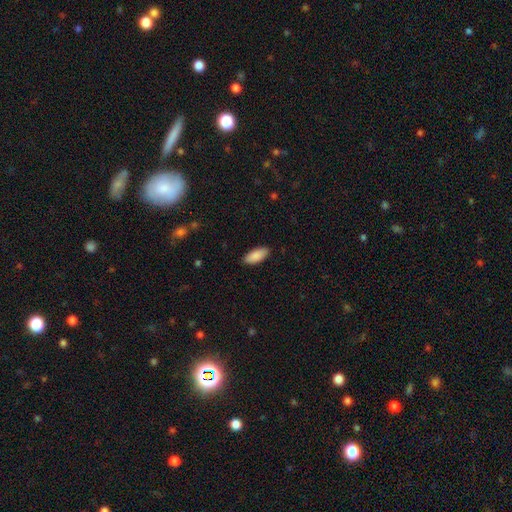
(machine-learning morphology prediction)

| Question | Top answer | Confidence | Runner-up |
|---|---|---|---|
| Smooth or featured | smooth | 89% | star or artifact (6%) |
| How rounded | in between | 88% | cigar-shaped (10%) |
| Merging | none | 89% | minor disturbance (9%) |